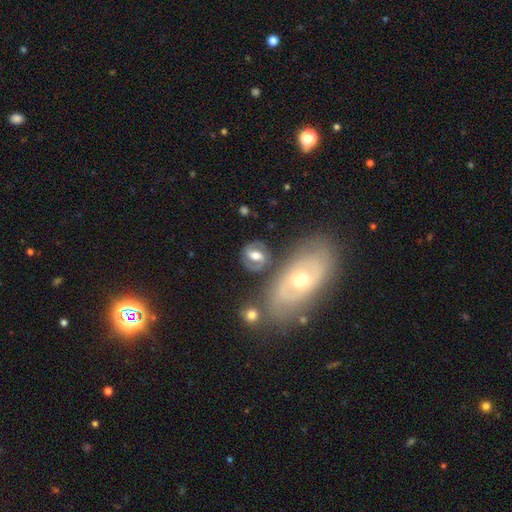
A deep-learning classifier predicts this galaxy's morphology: featured or disk 66%, smooth 27%, star or artifact 7%. Down the decision tree: edge-on disk — no (96%); bar — weak (46%); spiral arms — yes (81%); spiral arm count — 2 (89%); spiral winding — medium (50%); bulge size — moderate (65%); merging — none (69%).